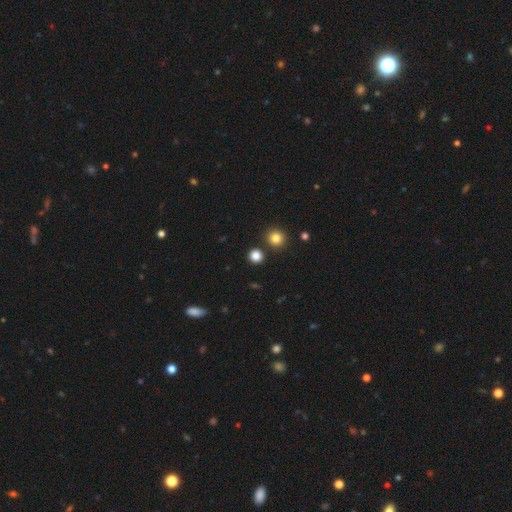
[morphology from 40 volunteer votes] Overall: smooth (90%). How rounded: round (89%). Merging: none (89%).